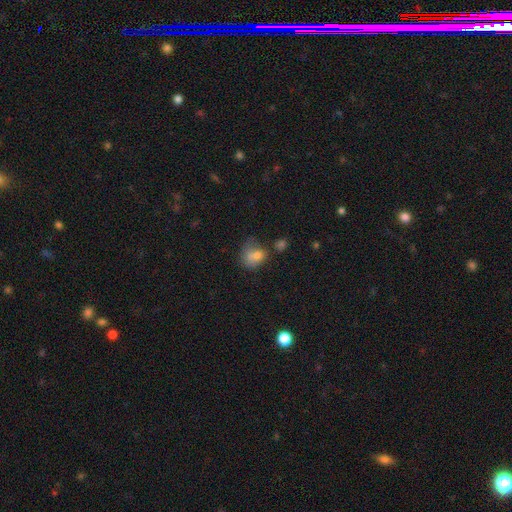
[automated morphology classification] Smooth or featured? smooth (71%)
How rounded? round (51%)
Merging? none (33%)